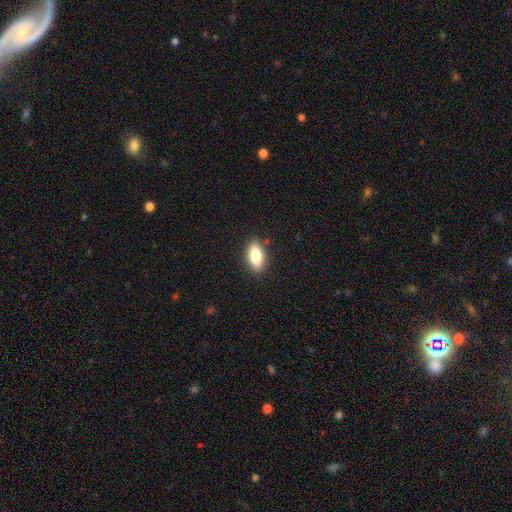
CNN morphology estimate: smooth 81%, featured or disk 12%, star or artifact 7%. Down the decision tree: how rounded — in between (86%); merging — none (87%).